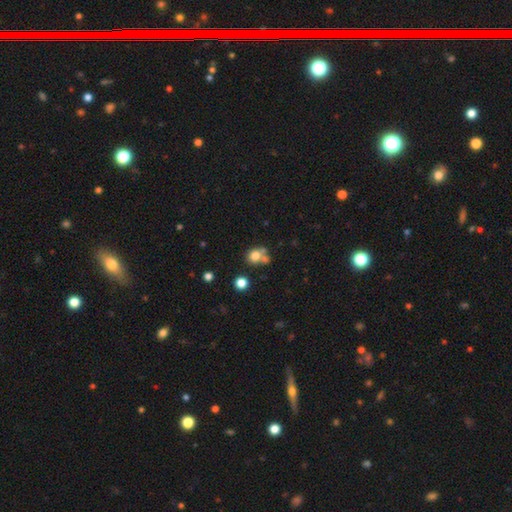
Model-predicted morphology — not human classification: This is likely a smooth galaxy (75%). How rounded: likely round (76%). Merging: possibly none (48%).